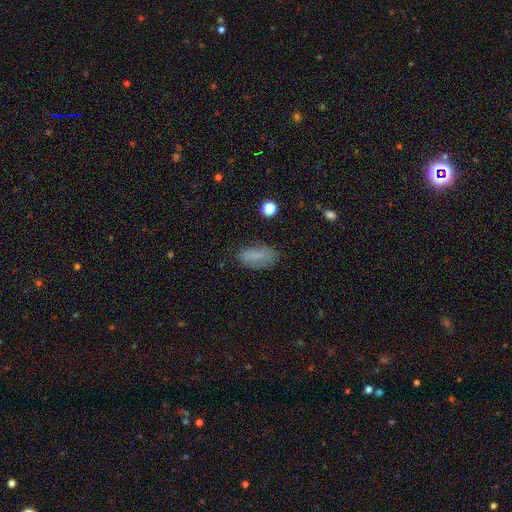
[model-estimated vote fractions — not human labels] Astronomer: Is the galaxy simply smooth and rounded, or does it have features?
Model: smooth — 77%.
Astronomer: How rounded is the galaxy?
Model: in between — 83%.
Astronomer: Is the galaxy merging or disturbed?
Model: none — 70%.